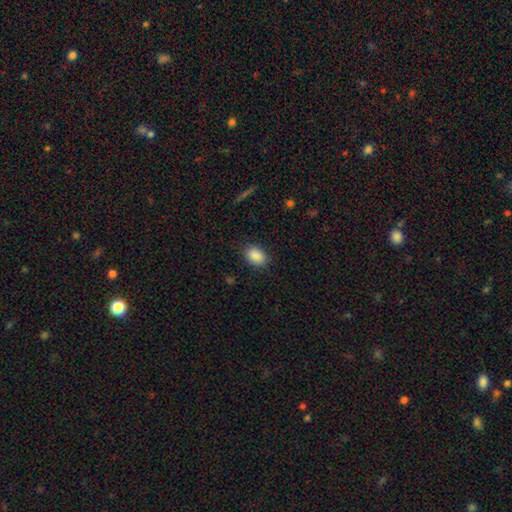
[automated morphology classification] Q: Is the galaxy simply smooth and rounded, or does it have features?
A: smooth — 89%.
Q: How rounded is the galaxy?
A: in between — 83%.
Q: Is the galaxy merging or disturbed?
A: none — 85%.